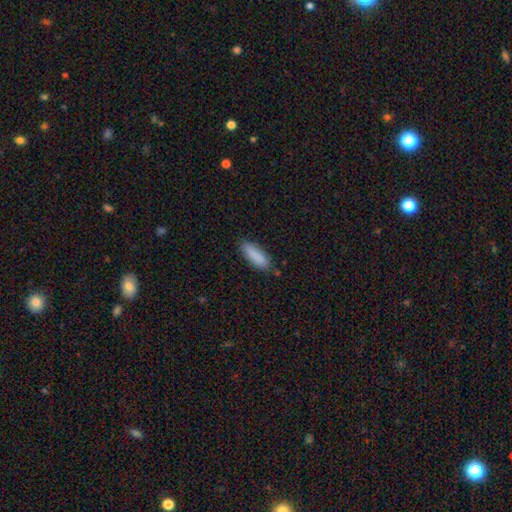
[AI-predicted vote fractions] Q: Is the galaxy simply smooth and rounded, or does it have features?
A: smooth — 88%.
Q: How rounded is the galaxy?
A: in between — 53%.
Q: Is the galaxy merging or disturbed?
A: none — 81%.